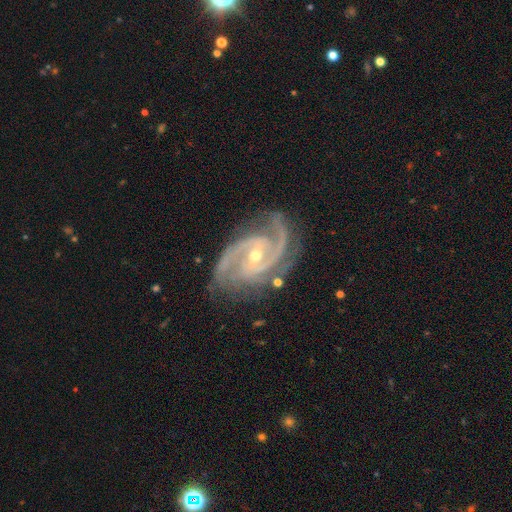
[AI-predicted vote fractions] The model was most divided on "bar": weak: 41%, no: 38%, strong: 21%. More confident: spiral arms — yes (99%); edge-on disk — no (97%); smooth or featured — featured or disk (94%); merging — none (74%); bulge size — small (56%); spiral winding — medium (52%); spiral arm count — 2 (51%).